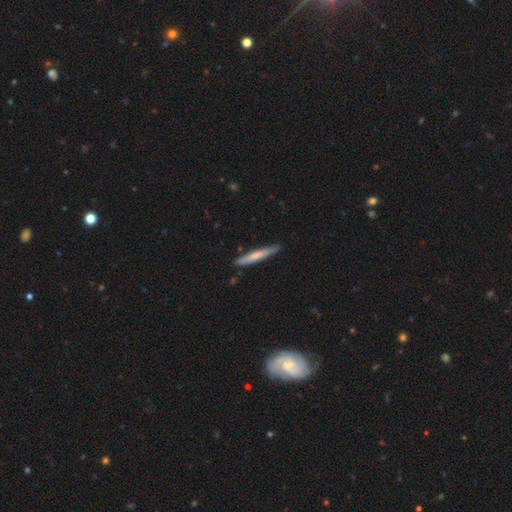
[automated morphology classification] This appears to be a smooth galaxy with no disk features (65%) that is cigar-shaped (95%). Merging: none (86%).